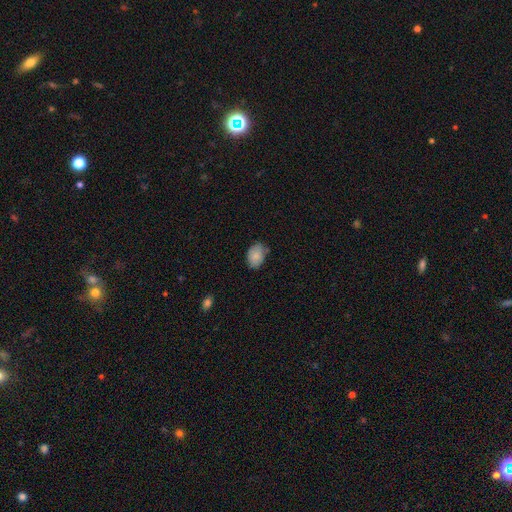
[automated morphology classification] A smooth galaxy with no disk features (84%) that is in between round and cigar-shaped (81%). Merging: none (71%).